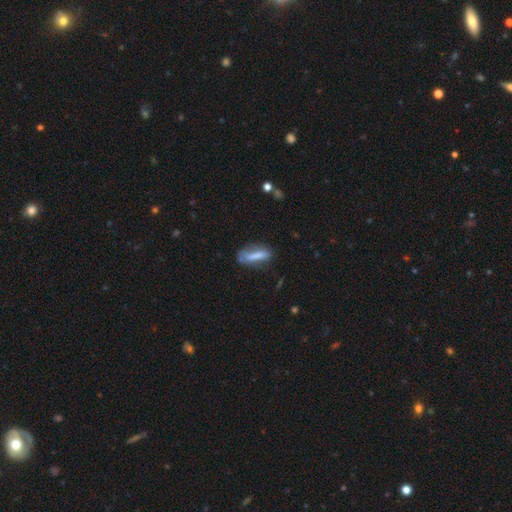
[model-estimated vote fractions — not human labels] Overall: smooth (69%). How rounded: cigar-shaped (58%; in between 40%). Merging: none (57%; minor disturbance 27%).